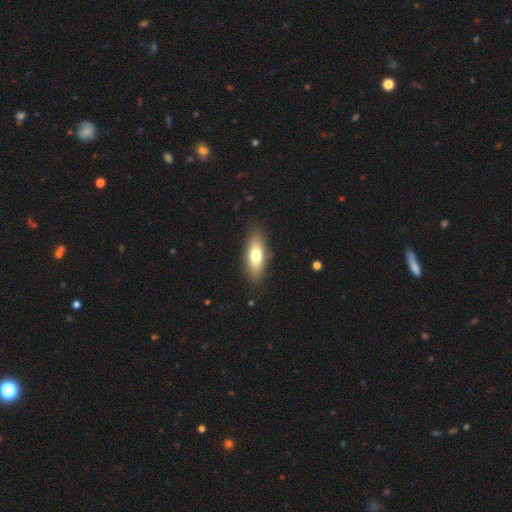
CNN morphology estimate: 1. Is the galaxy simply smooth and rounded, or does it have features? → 71% smooth, 22% featured or disk, 7% star or artifact.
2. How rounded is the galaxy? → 71% in between, 26% cigar-shaped, 3% round.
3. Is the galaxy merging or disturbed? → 85% none, 11% minor disturbance, 3% major disturbance, 1% merger.